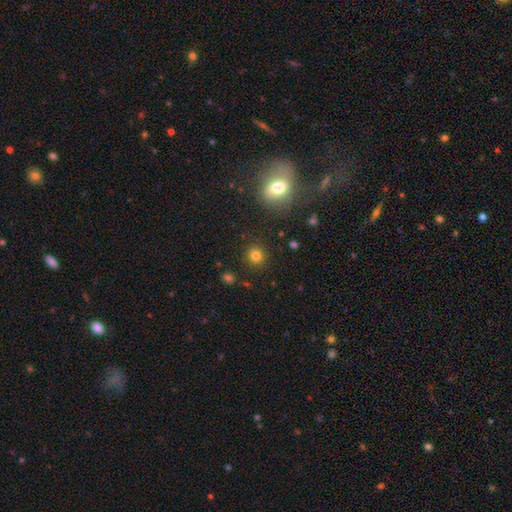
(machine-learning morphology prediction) type=smooth (80%); roundness=round (88%); merging=none (88%).